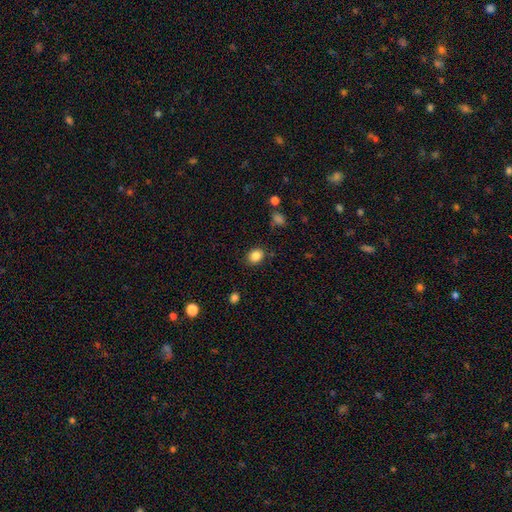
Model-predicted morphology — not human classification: type=smooth (85%); roundness=round (52%); merging=none (84%).